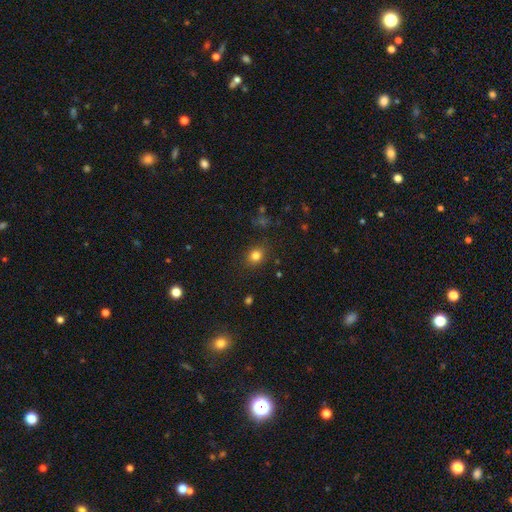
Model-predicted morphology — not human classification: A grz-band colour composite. It shows a smooth galaxy with no disk features (80%) that is round (69%). Merging: none (87%).